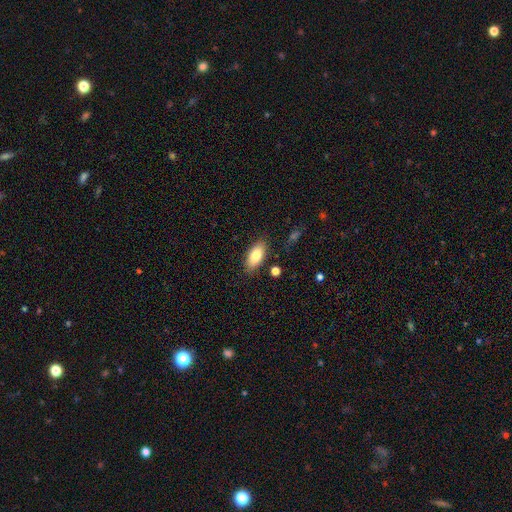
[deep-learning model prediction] This is clearly a smooth galaxy (83%). How rounded: clearly in between (88%). Merging: clearly none (84%).